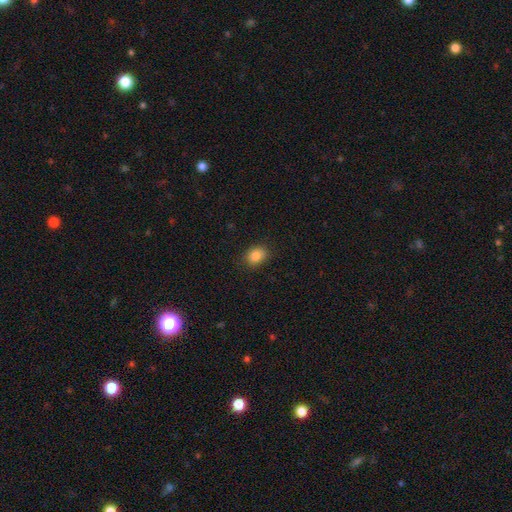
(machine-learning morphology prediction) type=smooth (85%); roundness=in between (51%); merging=none (84%).